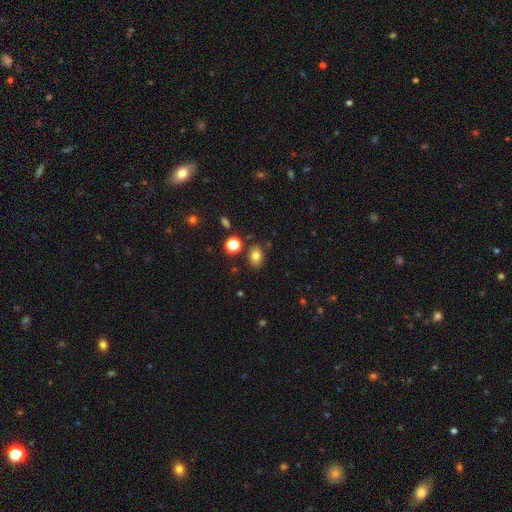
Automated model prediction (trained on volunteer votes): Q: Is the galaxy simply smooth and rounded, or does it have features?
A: smooth — 80%.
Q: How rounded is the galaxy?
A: in between — 73%.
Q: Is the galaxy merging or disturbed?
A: none — 82%.